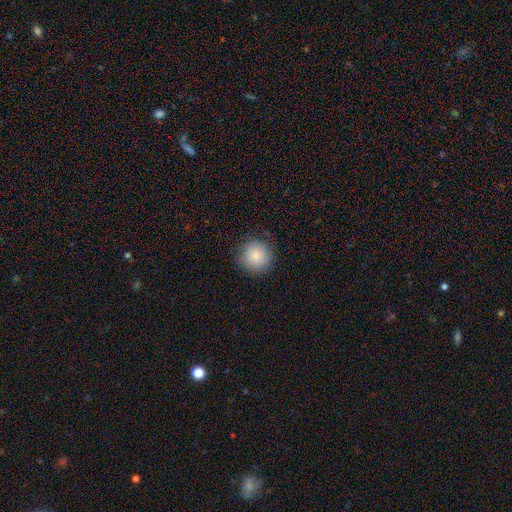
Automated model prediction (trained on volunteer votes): This appears to be a smooth galaxy with no disk features (85%) that is round (94%). Merging: none (88%).